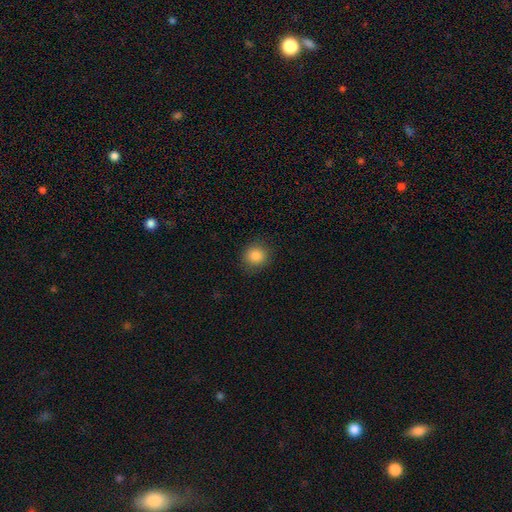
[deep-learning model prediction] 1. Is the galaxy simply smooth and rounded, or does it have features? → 86% smooth, 10% star or artifact, 4% featured or disk.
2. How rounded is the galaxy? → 86% round, 13% in between, 1% cigar-shaped.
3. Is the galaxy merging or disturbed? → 88% none, 8% minor disturbance, 3% major disturbance, 1% merger.